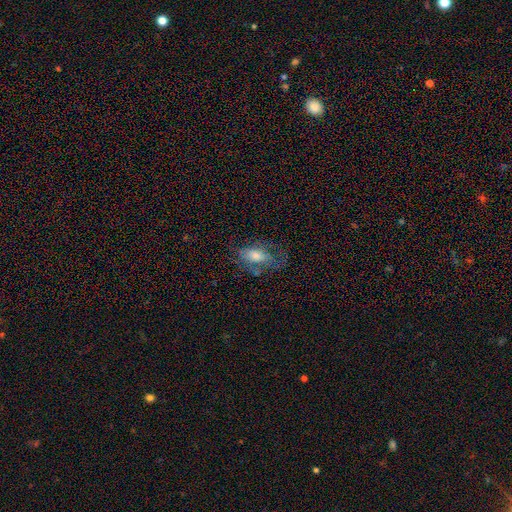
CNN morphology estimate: smooth-or-featured: smooth: 51% | featured or disk: 37% | star or artifact: 12%
  how-rounded: in between: 86% | round: 9% | cigar-shaped: 5%
  merging: none: 49% | minor disturbance: 25% | major disturbance: 24% | merger: 3%